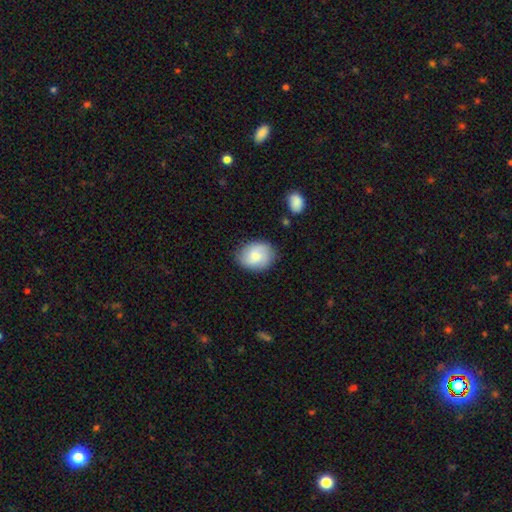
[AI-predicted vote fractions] This appears to be a smooth galaxy with no disk features (57%) that is round (56%). Merging: none (81%).